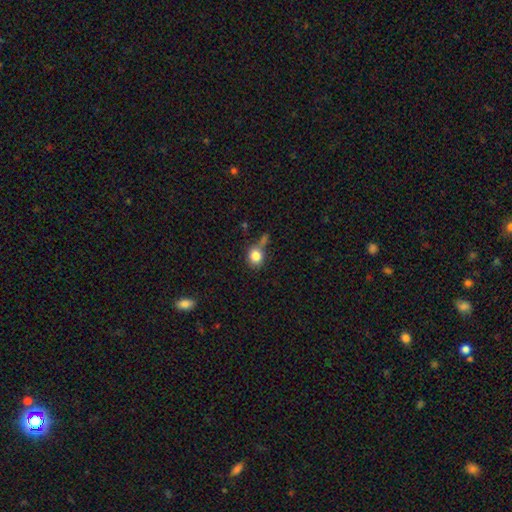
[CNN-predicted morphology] smooth-or-featured: smooth: 82% | star or artifact: 10% | featured or disk: 8%
  how-rounded: round: 78% | in between: 21% | cigar-shaped: 1%
  merging: none: 49% | minor disturbance: 21% | merger: 17% | major disturbance: 12%